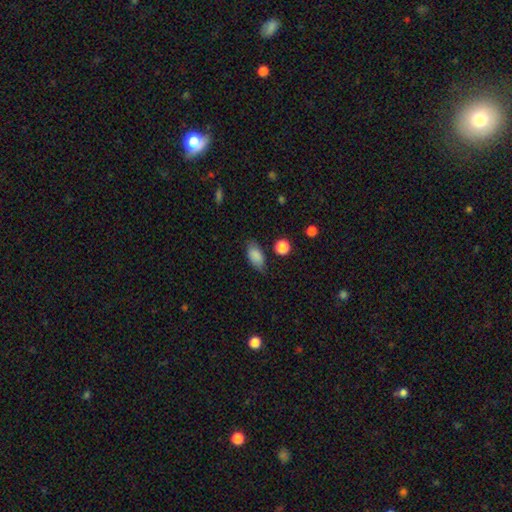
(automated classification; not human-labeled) smooth_or_featured: smooth (p=0.84) [alt: featured or disk p=0.08]
how_rounded: in between (p=0.89) [alt: cigar-shaped p=0.06]
merging: none (p=0.74) [alt: minor disturbance p=0.20]